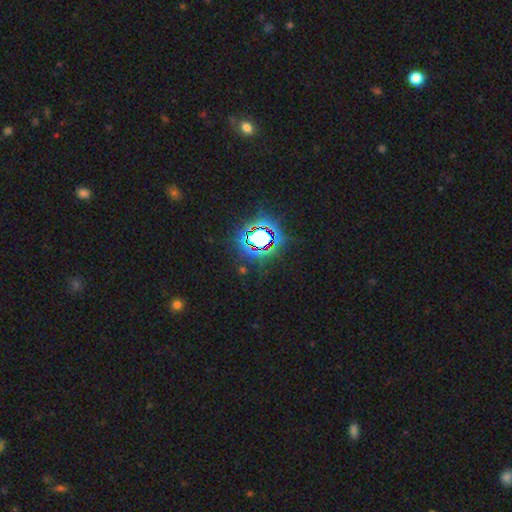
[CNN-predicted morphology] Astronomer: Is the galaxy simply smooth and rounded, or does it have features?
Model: star or artifact — 79%.